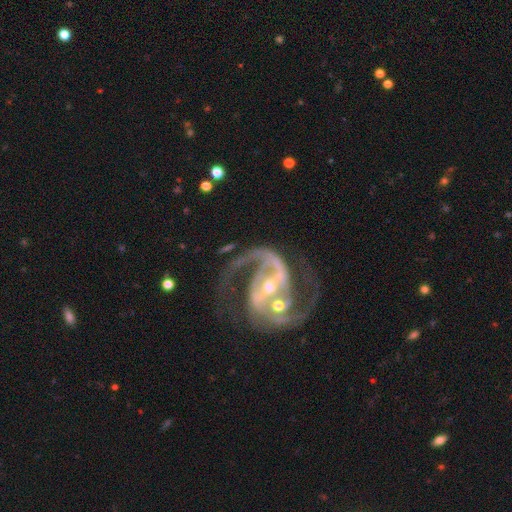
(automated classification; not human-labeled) Q: Smooth or featured?
A: featured or disk (92%); runner-up: star or artifact (5%)
Q: Edge-on disk?
A: no (98%); runner-up: yes (2%)
Q: Bar?
A: strong (53%); runner-up: weak (30%)
Q: Spiral arms?
A: yes (98%); runner-up: no (2%)
Q: Spiral winding?
A: medium (60%); runner-up: loose (21%)
Q: Spiral arm count?
A: 2 (90%); runner-up: 3 (3%)
Q: Bulge size?
A: small (59%); runner-up: moderate (36%)
Q: Merging?
A: none (48%); runner-up: merger (24%)